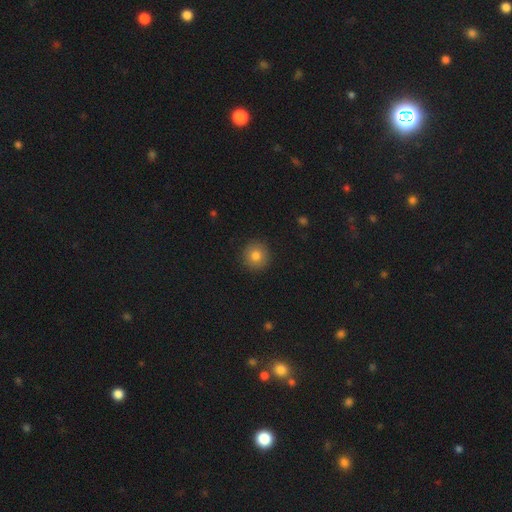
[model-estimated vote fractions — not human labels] This is clearly a smooth galaxy (80%). How rounded: clearly round (95%). Merging: clearly none (91%).